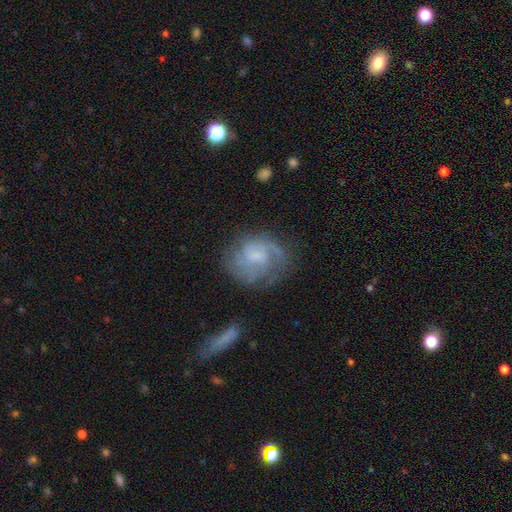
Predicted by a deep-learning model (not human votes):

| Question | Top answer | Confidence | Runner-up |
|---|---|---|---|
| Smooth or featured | featured or disk | 71% | smooth (22%) |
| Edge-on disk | no | 98% | yes (2%) |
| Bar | weak | 46% | tied: no (46%) |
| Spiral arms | yes | 88% | no (12%) |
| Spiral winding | tight | 42% | medium (41%) |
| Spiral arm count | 2 | 40% | can't tell (30%) |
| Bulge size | small | 44% | none (27%) |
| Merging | none | 64% | minor disturbance (20%) |